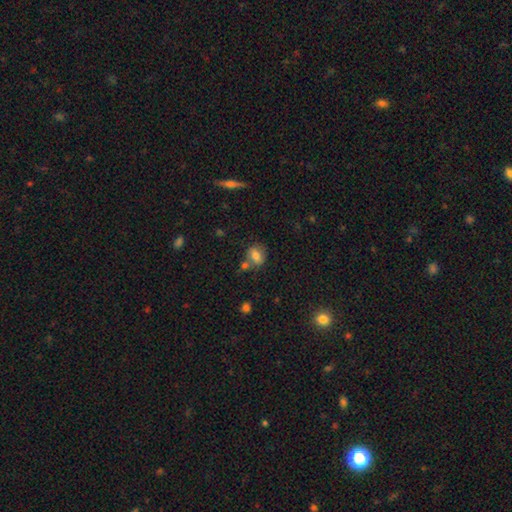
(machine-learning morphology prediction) The model was most divided on "how rounded": round: 53%, in between: 45%, cigar-shaped: 2%. More confident: smooth or featured — smooth (73%); merging — none (62%).